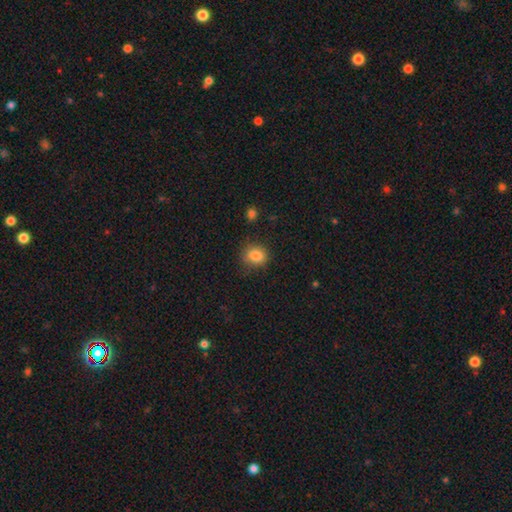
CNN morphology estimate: This appears to be a smooth galaxy with no disk features (85%) that is round (56%). Merging: none (77%).